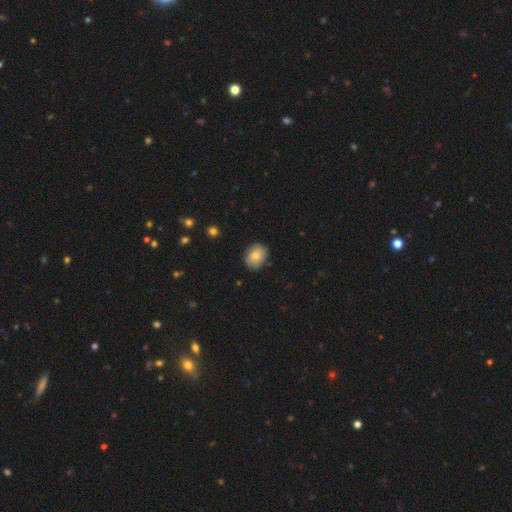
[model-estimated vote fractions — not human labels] Smooth or featured? smooth (81%)
How rounded? in between (58%)
Merging? none (83%)